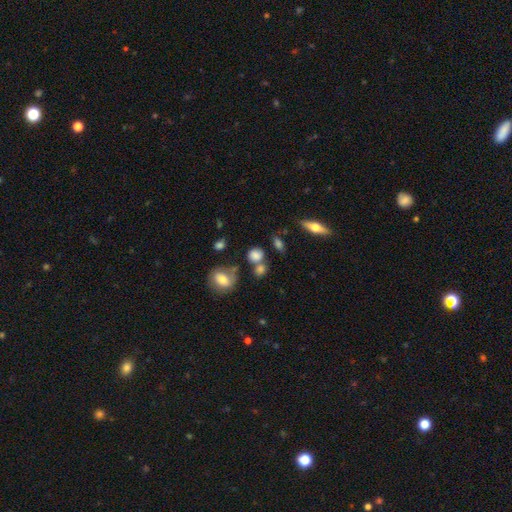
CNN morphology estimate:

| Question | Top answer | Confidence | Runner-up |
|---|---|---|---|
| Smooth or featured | smooth | 78% | star or artifact (13%) |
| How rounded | round | 70% | in between (27%) |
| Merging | none | 56% | merger (23%) |